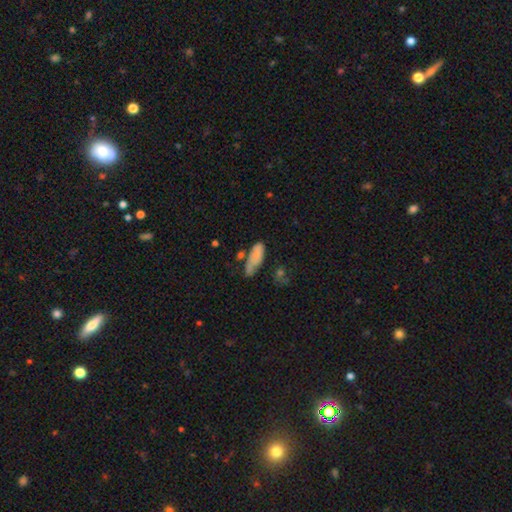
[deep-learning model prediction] Smooth or featured? smooth (76%)
How rounded? in between (68%)
Merging? none (44%)